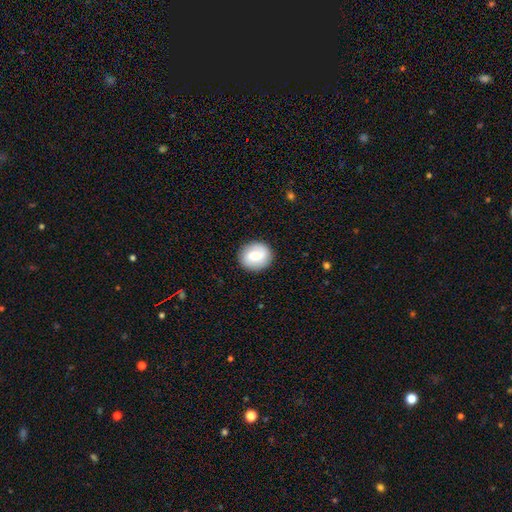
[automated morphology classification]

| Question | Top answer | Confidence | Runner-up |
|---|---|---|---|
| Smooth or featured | smooth | 59% | featured or disk (34%) |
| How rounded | round | 79% | in between (20%) |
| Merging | none | 88% | minor disturbance (8%) |